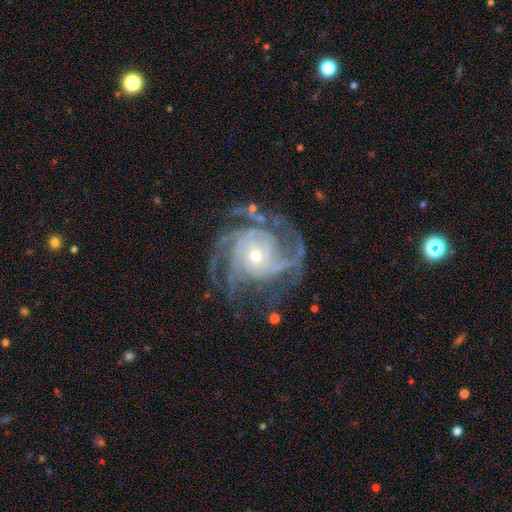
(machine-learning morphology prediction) Smooth or featured? Predicted: featured or disk (p=0.90). Edge-on disk? Predicted: no (p=0.98). Bar? Predicted: no (p=0.71). Spiral arms? Predicted: yes (p=0.97). Spiral winding? Predicted: tight (p=0.53). Spiral arm count? Predicted: 3 (p=0.27). Bulge size? Predicted: small (p=0.52). Merging? Predicted: none (p=0.65).